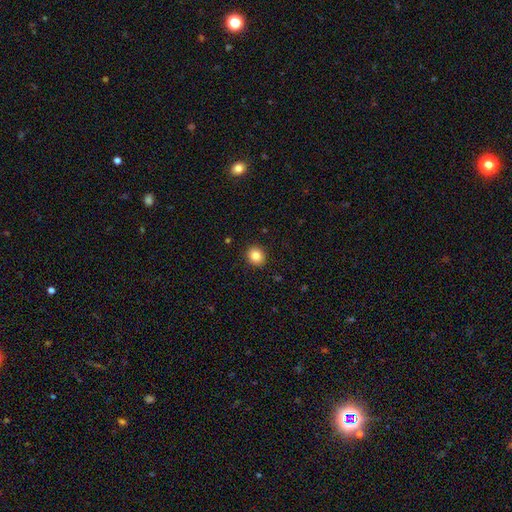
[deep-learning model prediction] This appears to be a smooth galaxy with no disk features (85%) that is round (78%). Merging: none (91%).